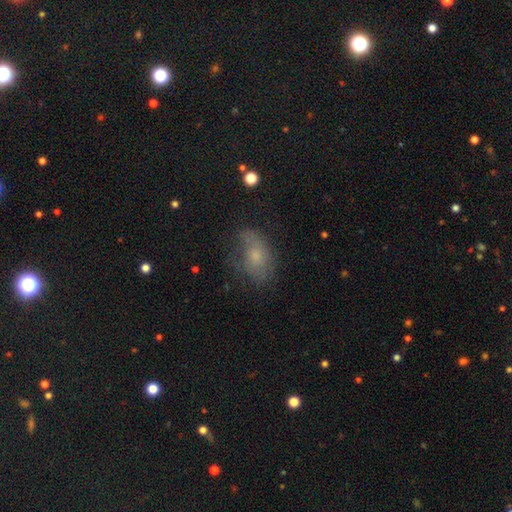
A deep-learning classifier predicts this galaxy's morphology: Smooth or featured: smooth — 56% (featured or disk — 31%)
How rounded: in between — 83% (round — 14%)
Merging: none — 54% (minor disturbance — 27%)